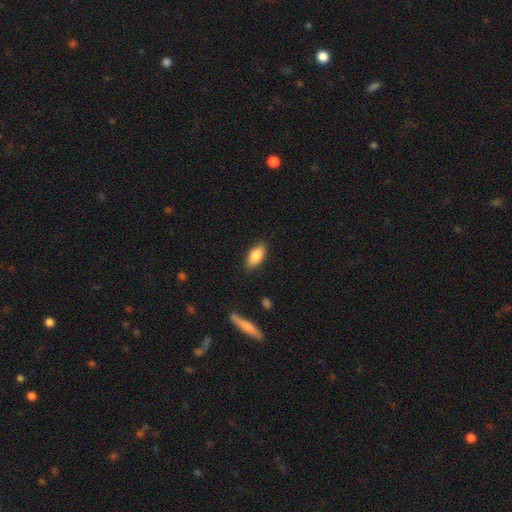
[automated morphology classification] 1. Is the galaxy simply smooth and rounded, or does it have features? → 83% smooth, 11% featured or disk, 7% star or artifact.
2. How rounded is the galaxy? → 86% in between, 12% cigar-shaped, 3% round.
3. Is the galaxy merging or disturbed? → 85% none, 11% minor disturbance, 2% major disturbance, 1% merger.